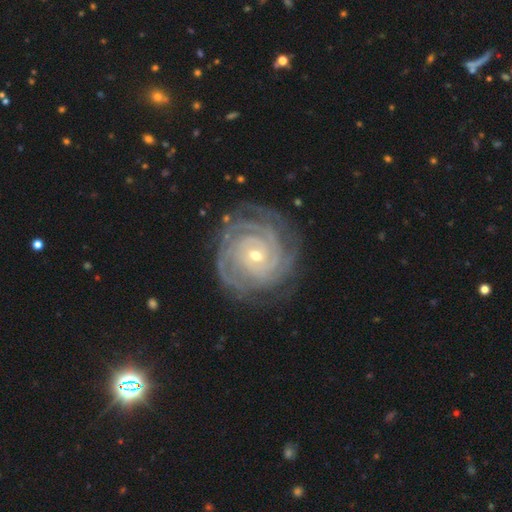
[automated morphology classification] This is clearly a featured or disk galaxy (90%). It is clearly not viewed edge-on (97%). Bar: likely no (62%). Spiral arm pattern: clearly yes (98%). Spiral arm count: marginally can't tell (24%). Spiral winding: clearly tight (85%). Central bulge: likely small (62%). Merging: likely none (77%).